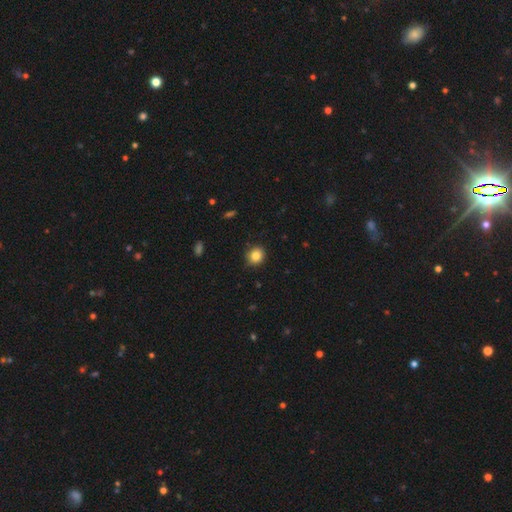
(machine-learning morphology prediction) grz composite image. It shows a smooth galaxy with no disk features (85%) that is round (80%). Merging: none (86%).